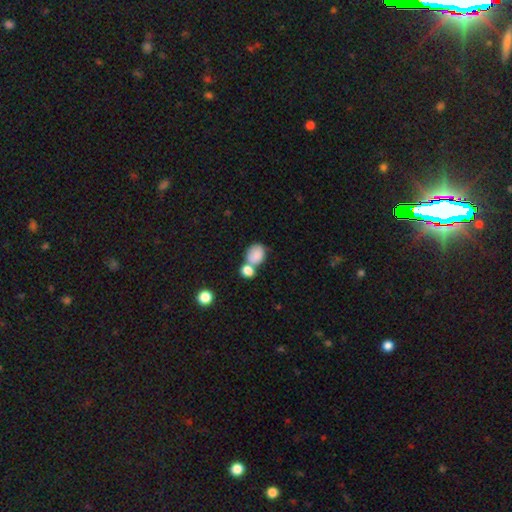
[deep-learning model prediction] Q: Smooth or featured?
A: smooth (84%); runner-up: star or artifact (8%)
Q: How rounded?
A: in between (59%); runner-up: round (40%)
Q: Merging?
A: merger (46%); runner-up: none (37%)